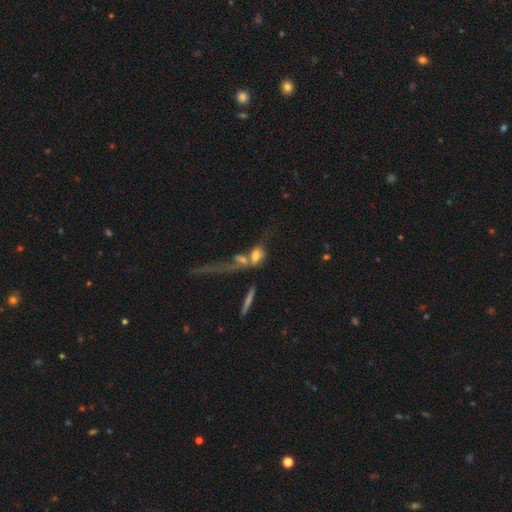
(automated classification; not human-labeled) Q: Smooth or featured?
A: smooth (57%); runner-up: featured or disk (31%)
Q: How rounded?
A: in between (68%); runner-up: round (20%)
Q: Merging?
A: merger (53%); runner-up: major disturbance (20%)